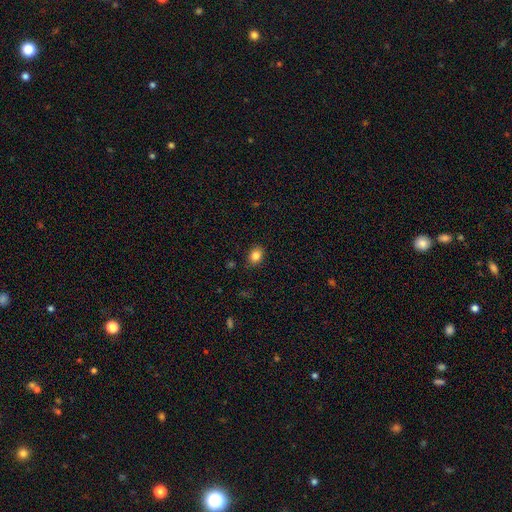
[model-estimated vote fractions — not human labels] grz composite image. It shows a smooth galaxy with no disk features (84%) that is in between round and cigar-shaped (61%). Merging: none (85%).